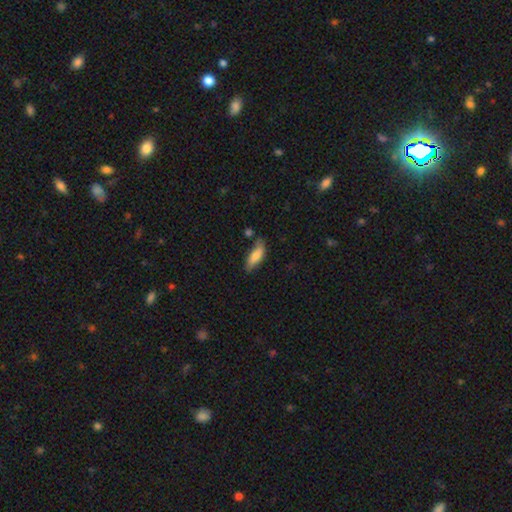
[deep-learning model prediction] The model was most divided on "how rounded": in between: 65%, cigar-shaped: 33%, round: 2%. More confident: smooth or featured — smooth (79%); merging — none (63%).